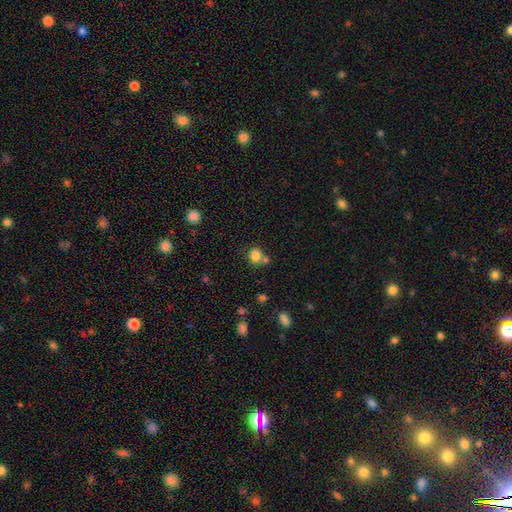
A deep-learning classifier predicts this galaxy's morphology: type=smooth (82%); roundness=round (71%); merging=none (55%).